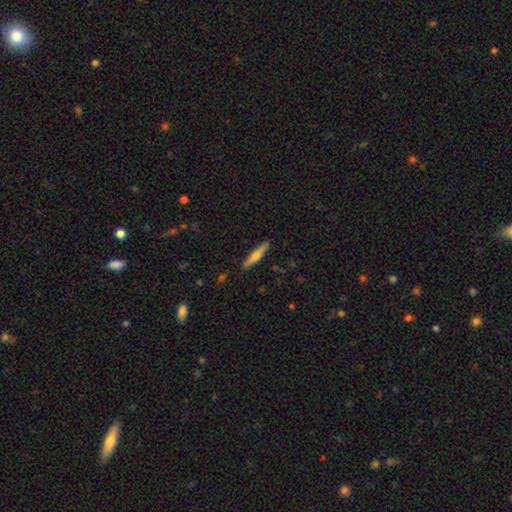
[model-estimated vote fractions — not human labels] smooth-or-featured: featured or disk: 48% | smooth: 46% | star or artifact: 6%
  merging: none: 90% | minor disturbance: 8% | major disturbance: 2% | merger: 1%